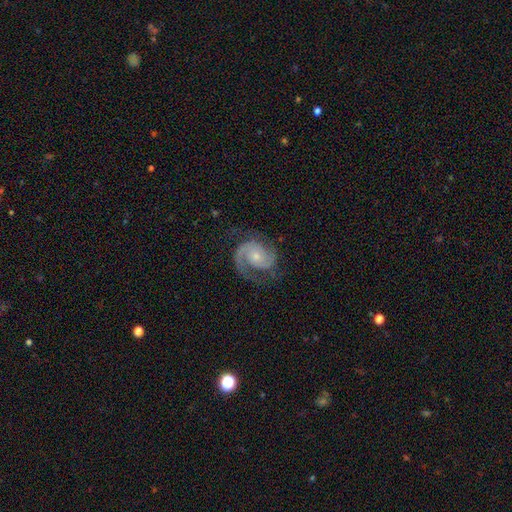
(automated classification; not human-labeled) Overall: featured or disk (90%). Edge-on disk: no (98%). Bar: no (69%). Spiral arms: yes (98%). Spiral arm count: 2 (82%). Spiral winding: medium (49%; tight 38%). Bulge size: small (55%; moderate 38%). Merging: none (72%).